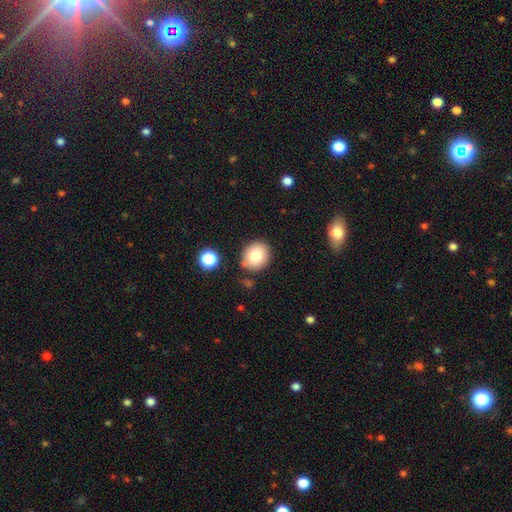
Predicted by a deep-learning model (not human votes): smooth_or_featured: smooth (p=0.79) [alt: featured or disk p=0.11]
how_rounded: round (p=0.76) [alt: in between p=0.23]
merging: none (p=0.81) [alt: minor disturbance p=0.11]